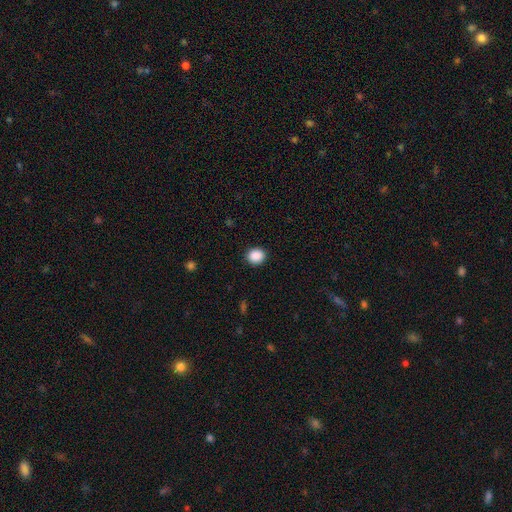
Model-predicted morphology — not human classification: Smooth or featured? Predicted: smooth (p=0.89). How rounded? Predicted: round (p=0.78). Merging? Predicted: none (p=0.91).